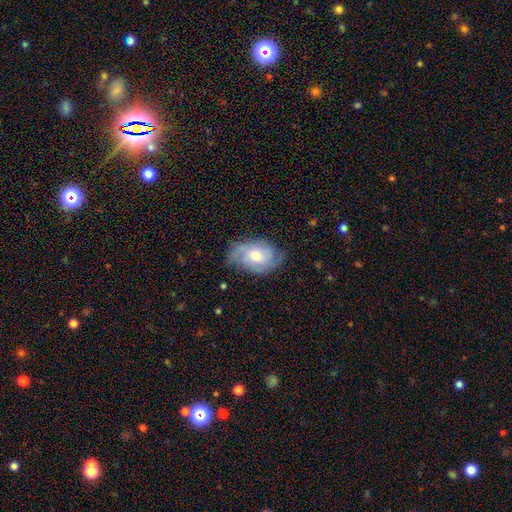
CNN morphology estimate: featured or disk 70%, smooth 24%, star or artifact 6%. Down the decision tree: edge-on disk — no (96%); bar — no (69%); spiral arms — yes (91%); spiral arm count — 2 (37%); spiral winding — tight (47%); bulge size — moderate (69%); merging — none (69%).